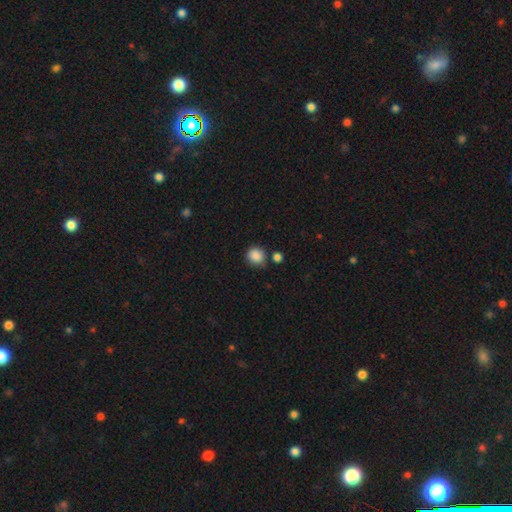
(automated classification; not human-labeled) The model was most divided on "merging": none: 72%, minor disturbance: 16%, merger: 8%, major disturbance: 4%. More confident: smooth or featured — smooth (87%); how rounded — round (80%).